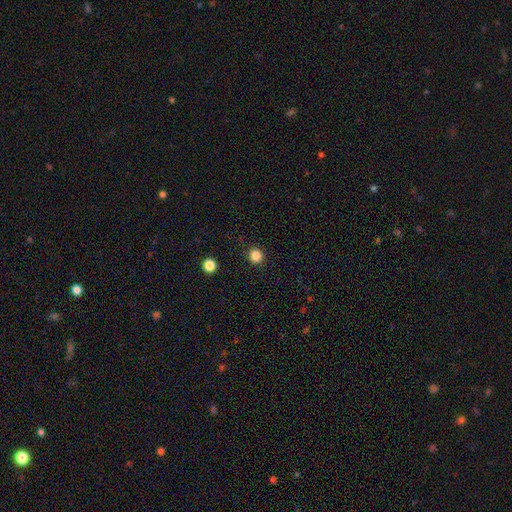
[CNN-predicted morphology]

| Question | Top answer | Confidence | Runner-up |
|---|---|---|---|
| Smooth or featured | smooth | 84% | star or artifact (13%) |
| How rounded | round | 92% | in between (7%) |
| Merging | none | 91% | minor disturbance (5%) |